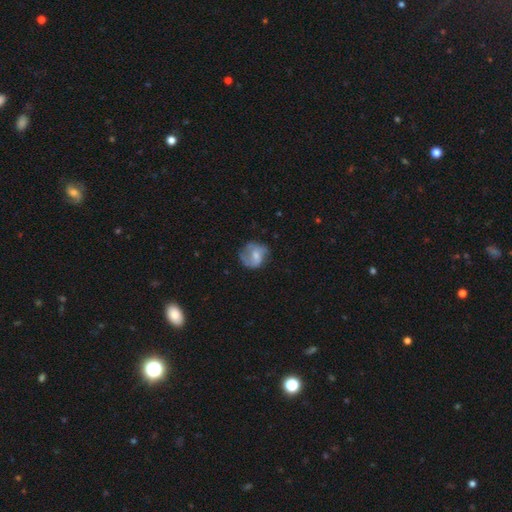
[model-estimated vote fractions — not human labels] This appears to be a featured or disk galaxy (48%). Merging: none (58%).